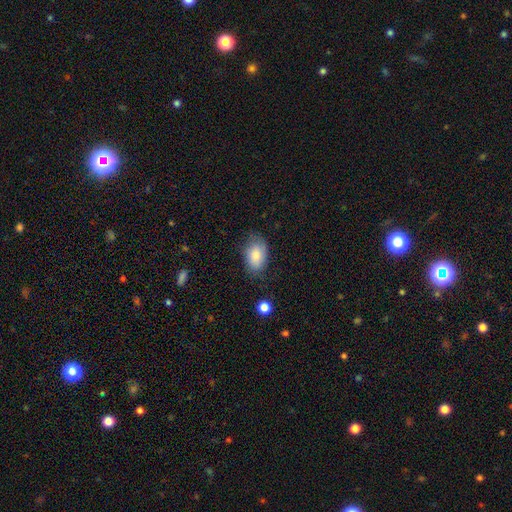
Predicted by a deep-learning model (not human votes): smooth_or_featured: smooth (p=0.81) [alt: featured or disk p=0.12]
how_rounded: in between (p=0.89) [alt: round p=0.10]
merging: none (p=0.68) [alt: minor disturbance p=0.24]